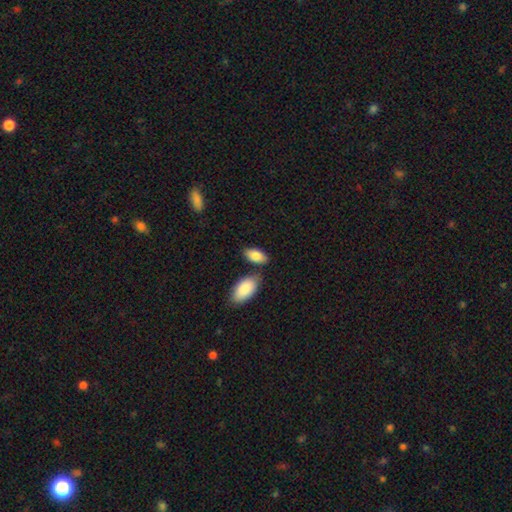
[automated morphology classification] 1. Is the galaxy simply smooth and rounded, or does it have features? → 86% smooth, 8% featured or disk, 6% star or artifact.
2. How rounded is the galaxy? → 92% in between, 5% cigar-shaped, 3% round.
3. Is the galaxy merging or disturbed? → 67% none, 17% merger, 13% minor disturbance, 3% major disturbance.